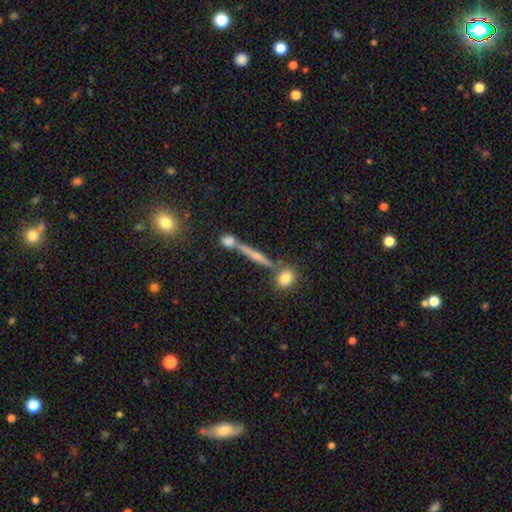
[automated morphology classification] Smooth or featured? Predicted: smooth (p=0.48). Merging? Predicted: none (p=0.65).